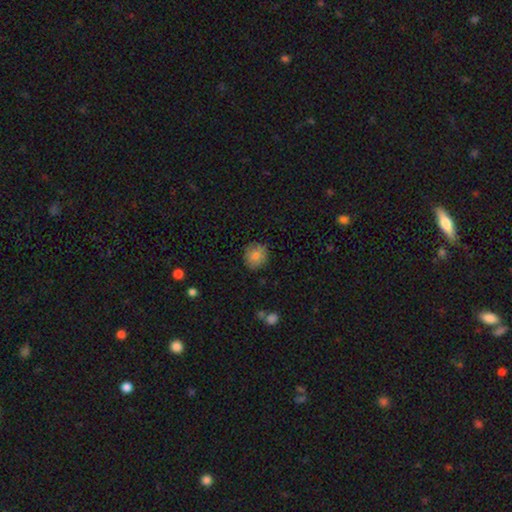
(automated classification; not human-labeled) The model was most divided on "smooth or featured": smooth: 81%, featured or disk: 11%, star or artifact: 8%. More confident: how rounded — round (87%); merging — none (84%).